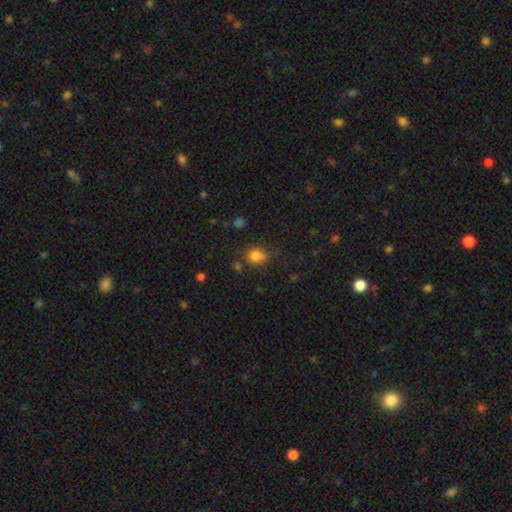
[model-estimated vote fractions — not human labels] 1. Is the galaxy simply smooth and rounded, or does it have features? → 80% smooth, 13% star or artifact, 7% featured or disk.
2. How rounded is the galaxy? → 54% round, 45% in between, 1% cigar-shaped.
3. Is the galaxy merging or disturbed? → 65% none, 21% minor disturbance, 7% merger, 7% major disturbance.